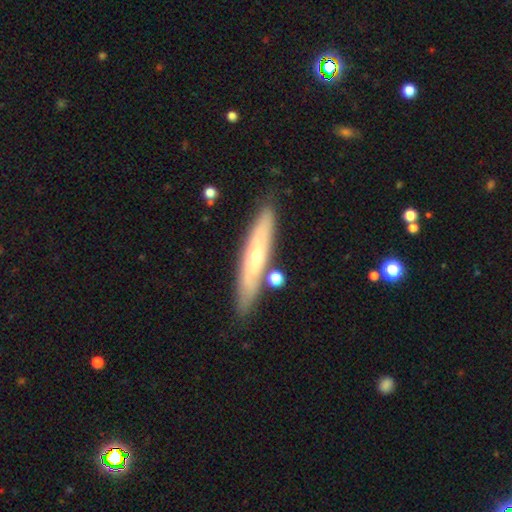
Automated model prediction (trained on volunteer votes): Morphology: type=featured or disk (55%); edge-on=yes (69%); merging=none (80%).